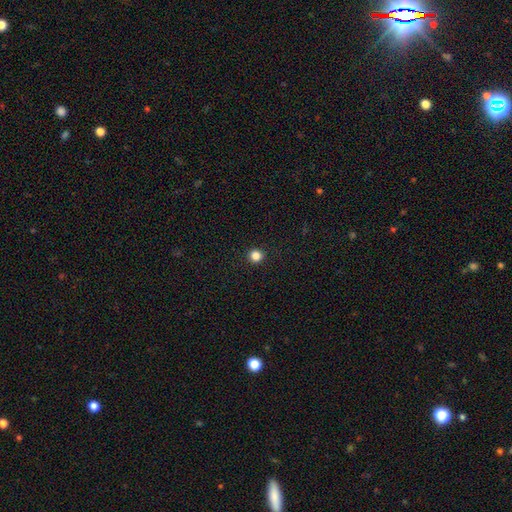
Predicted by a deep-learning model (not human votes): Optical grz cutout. It shows a smooth galaxy with no disk features (84%) that is round (94%). Merging: none (93%).